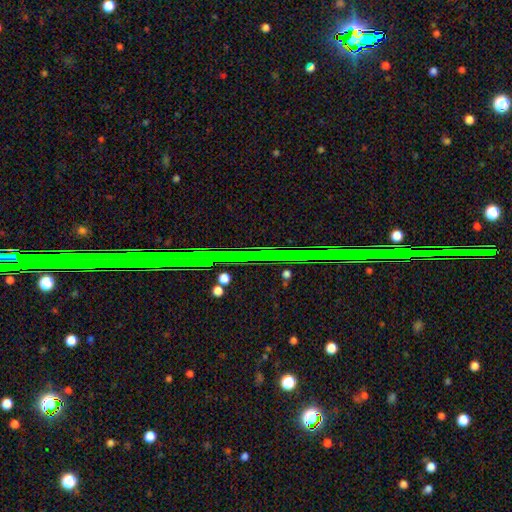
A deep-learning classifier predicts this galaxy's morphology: Smooth or featured? star or artifact (80%)